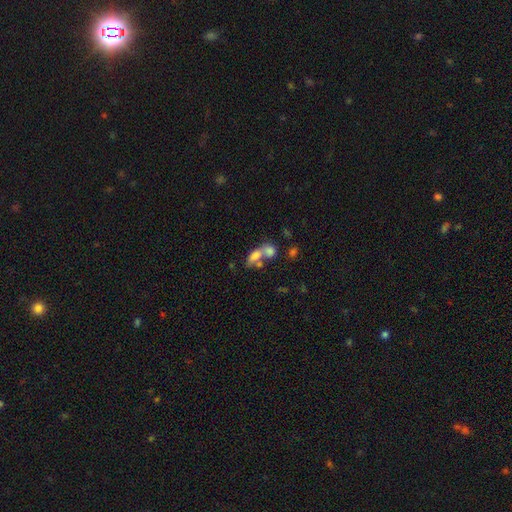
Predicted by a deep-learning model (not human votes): The model was most divided on "merging": merger: 64%, none: 21%, minor disturbance: 8%, major disturbance: 7%. More confident: how rounded — in between (78%); smooth or featured — smooth (71%).